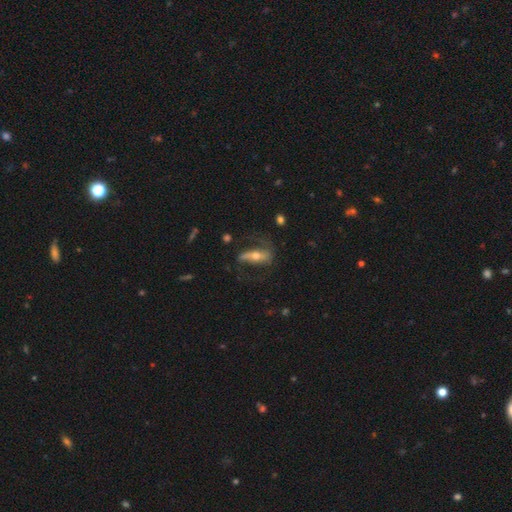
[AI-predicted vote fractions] A featured or disk galaxy (67%).

Vote fractions:
- Smooth or featured? featured or disk: 67% / smooth: 25% / star or artifact: 7%
- Edge-on disk? no: 73% / yes: 27%
- Merging? none: 58% / minor disturbance: 20% / major disturbance: 20% / merger: 2%